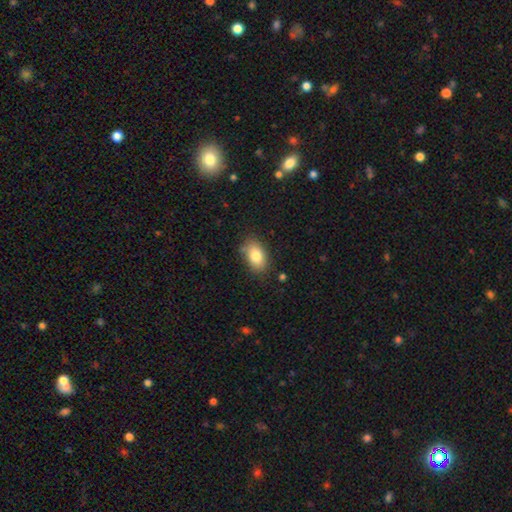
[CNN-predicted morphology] Smooth or featured? Predicted: smooth (p=0.83). How rounded? Predicted: in between (p=0.88). Merging? Predicted: none (p=0.76).